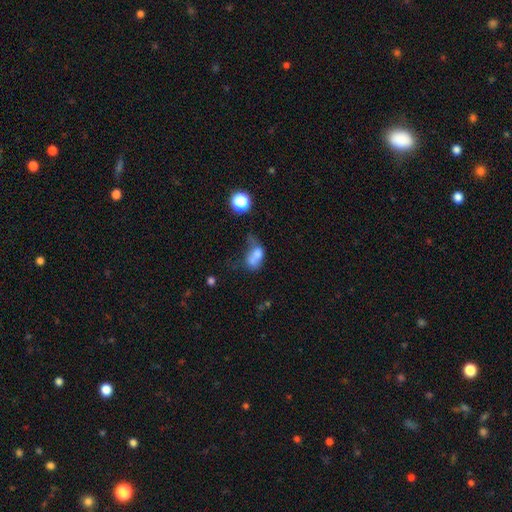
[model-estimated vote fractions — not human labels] The model was most divided on "merging": merger: 35%, major disturbance: 30%, minor disturbance: 18%, none: 17%. More confident: how rounded — in between (75%); smooth or featured — smooth (63%).